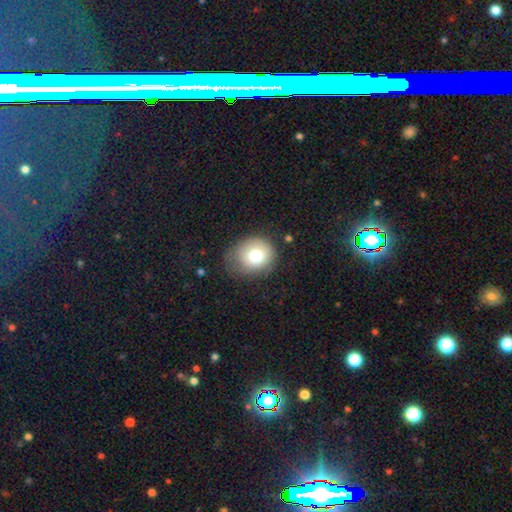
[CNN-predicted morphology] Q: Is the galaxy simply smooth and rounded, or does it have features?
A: smooth — 76%.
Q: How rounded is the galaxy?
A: round — 70%.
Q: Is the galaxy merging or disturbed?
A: none — 61%.